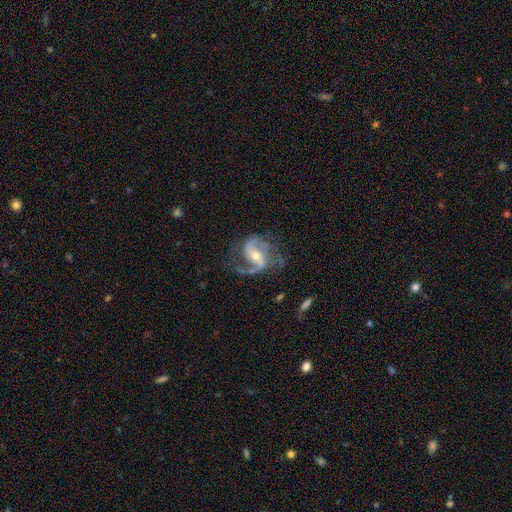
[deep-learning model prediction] A featured or disk galaxy (91%) with a weak bar (40%), 2 (84%) medium (52%) spiral arms (97%) and a moderate central bulge (56%).

Vote fractions:
- Smooth or featured? featured or disk: 91% / star or artifact: 5% / smooth: 4%
- Edge-on disk? no: 98% / yes: 2%
- Bar? weak: 40% / strong: 31% / no: 28%
- Spiral arms? yes: 97% / no: 3%
- Spiral winding? medium: 52% / loose: 35% / tight: 13%
- Spiral arm count? 2: 84% / 3: 5% / 1: 4% / can't tell: 3% / 4: 1% / more than 4: 1%
- Bulge size? moderate: 56% / small: 40% / large: 2% / none: 1% / dominant: 1%
- Merging? none: 65% / minor disturbance: 19% / major disturbance: 14% / merger: 2%